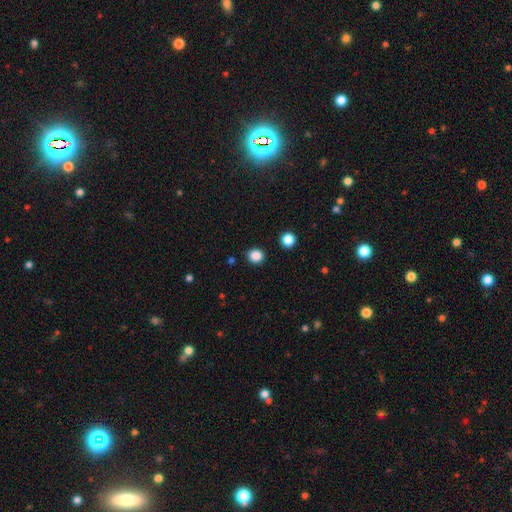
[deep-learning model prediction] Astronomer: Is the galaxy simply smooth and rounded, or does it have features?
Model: smooth — 86%.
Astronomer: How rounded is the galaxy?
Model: round — 82%.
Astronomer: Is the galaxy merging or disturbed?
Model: none — 90%.